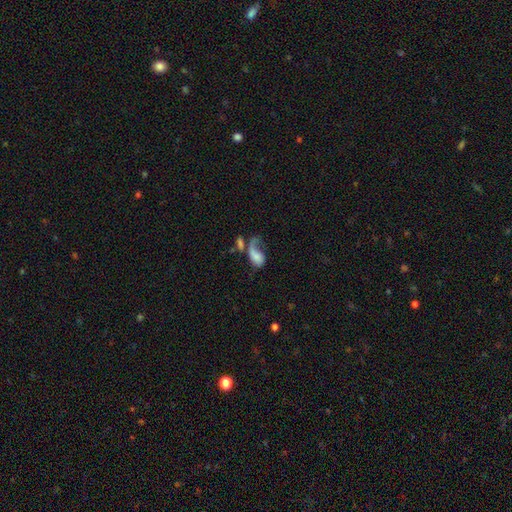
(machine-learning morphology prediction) Smooth or featured? Predicted: smooth (p=0.52). How rounded? Predicted: in between (p=0.83). Merging? Predicted: major disturbance (p=0.41).